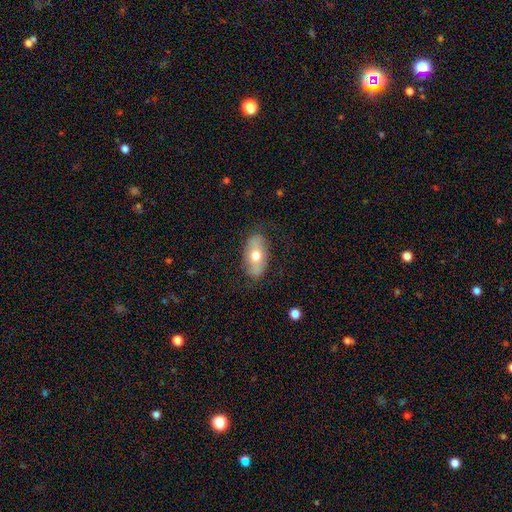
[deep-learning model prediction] Smooth or featured? smooth (55%)
How rounded? in between (90%)
Merging? none (78%)